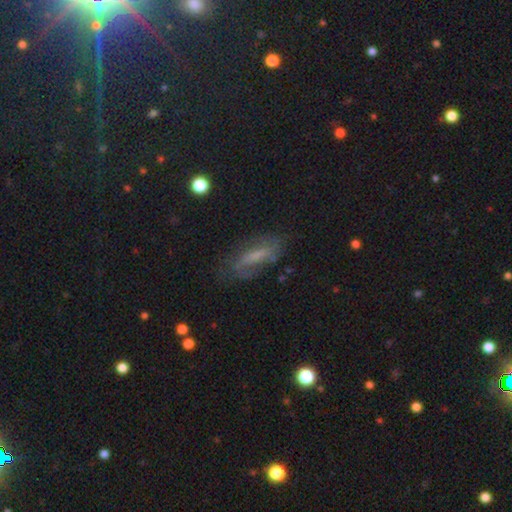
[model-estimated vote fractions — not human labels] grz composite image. It shows a featured or disk galaxy (49%). Merging: none (65%).